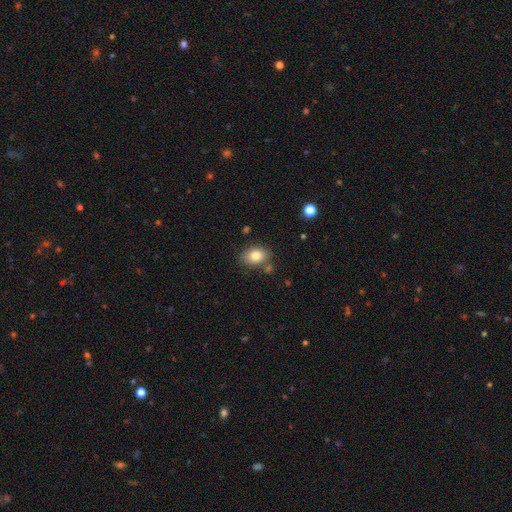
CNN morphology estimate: Smooth or featured? smooth (81%)
How rounded? in between (75%)
Merging? none (73%)